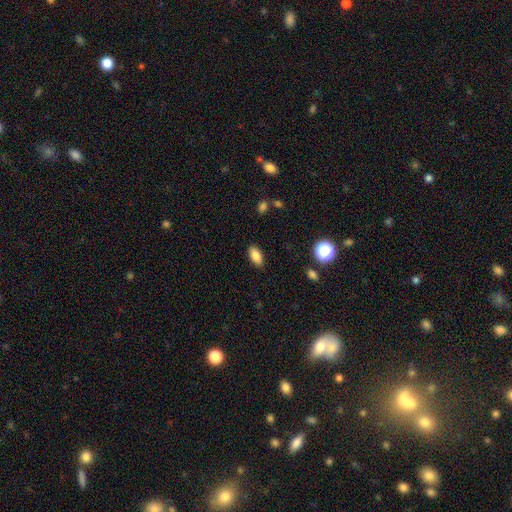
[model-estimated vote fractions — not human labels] A smooth galaxy with no disk features (86%) that is in between round and cigar-shaped (90%). Merging: none (87%).